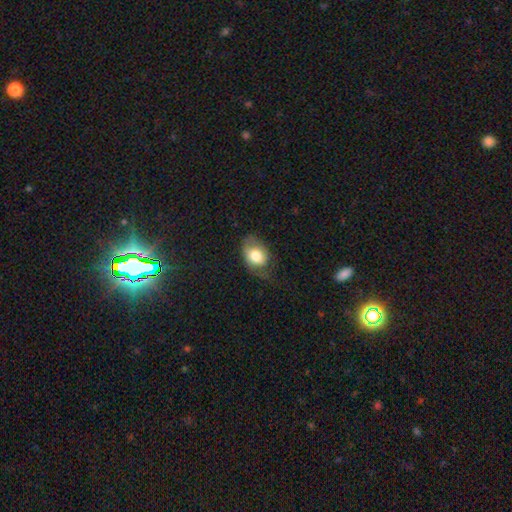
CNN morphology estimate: Smooth or featured: smooth — 74% (featured or disk — 19%)
How rounded: in between — 75% (round — 23%)
Merging: none — 41% (minor disturbance — 34%)